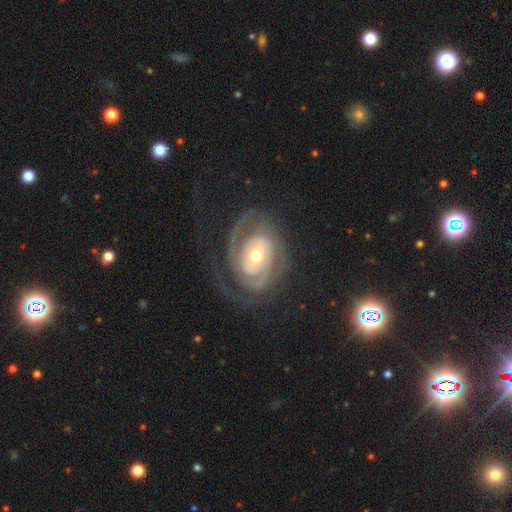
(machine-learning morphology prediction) Smooth or featured?
  - featured or disk: 89% *
  - smooth: 6%
  - star or artifact: 5%
Edge-on disk?
  - no: 97% *
  - yes: 3%
Bar?
  - no: 56% *
  - weak: 30%
  - strong: 14%
Spiral arms?
  - yes: 96% *
  - no: 4%
Spiral winding?
  - tight: 63% *
  - medium: 29%
  - loose: 8%
Spiral arm count?
  - 2: 60% *
  - can't tell: 13%
  - 3: 10%
  - 1: 10%
  - 4: 3%
  - more than 4: 3%
Bulge size?
  - moderate: 62% *
  - small: 32%
  - large: 4%
  - dominant: 1%
  - none: 1%
Merging?
  - none: 66% *
  - minor disturbance: 17%
  - major disturbance: 16%
  - merger: 2%